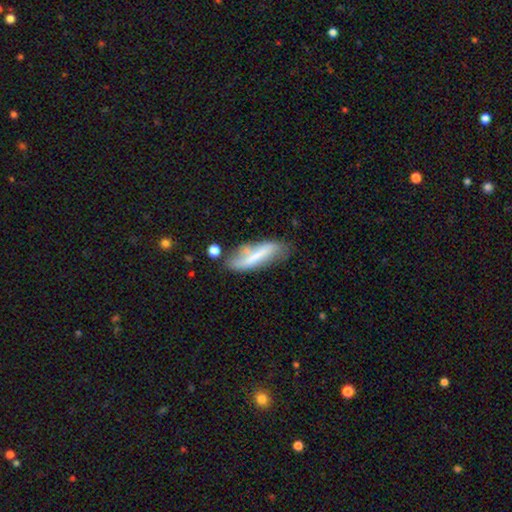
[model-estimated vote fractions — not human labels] Smooth or featured? Predicted: smooth (p=0.55). How rounded? Predicted: cigar-shaped (p=0.57). Merging? Predicted: none (p=0.47).